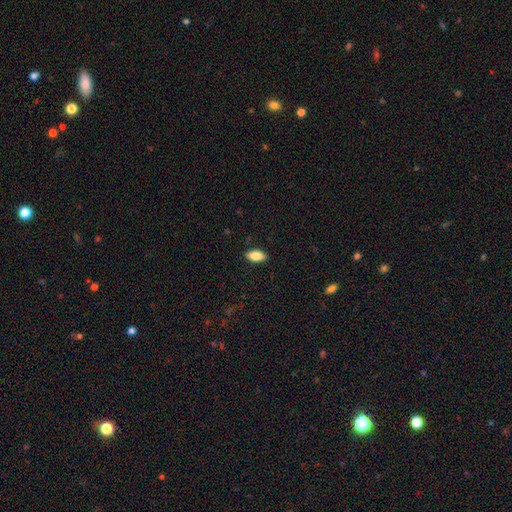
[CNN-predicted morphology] smooth_or_featured: smooth (p=0.82) [alt: featured or disk p=0.11]
how_rounded: in between (p=0.90) [alt: cigar-shaped p=0.07]
merging: none (p=0.89) [alt: minor disturbance p=0.08]